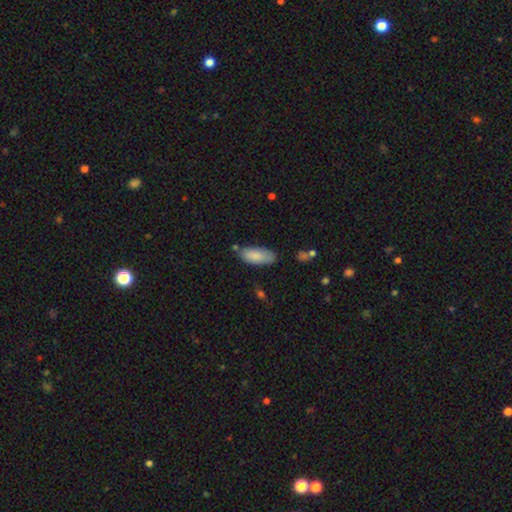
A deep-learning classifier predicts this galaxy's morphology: smooth 86%, featured or disk 7%, star or artifact 6%. Down the decision tree: how rounded — in between (82%); merging — none (70%).